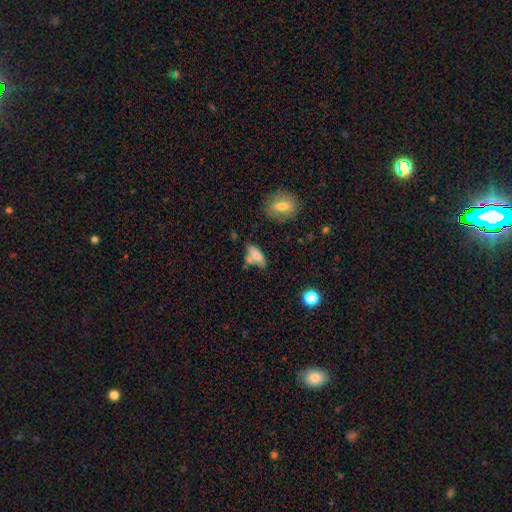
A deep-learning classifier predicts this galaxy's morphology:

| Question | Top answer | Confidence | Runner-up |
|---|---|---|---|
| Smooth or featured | smooth | 68% | featured or disk (23%) |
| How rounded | in between | 74% | cigar-shaped (22%) |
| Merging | none | 46% | minor disturbance (23%) |